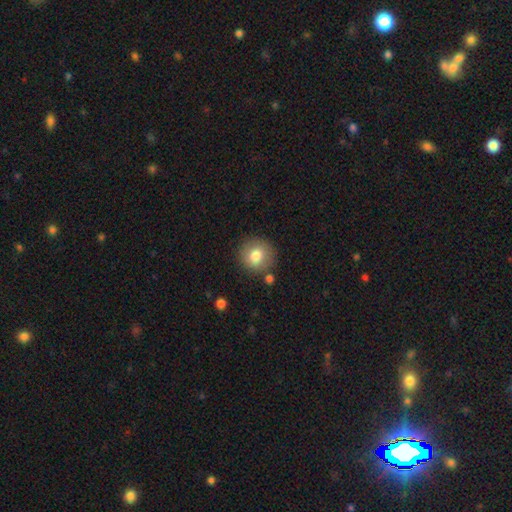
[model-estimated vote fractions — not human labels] A smooth galaxy with no disk features (80%) that is round (91%). Merging: none (83%).